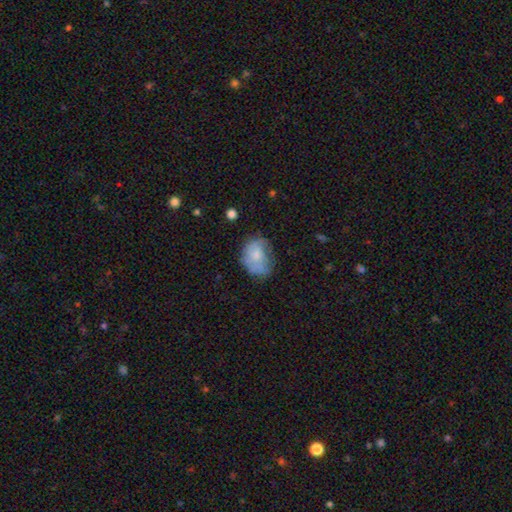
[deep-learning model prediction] The model was most divided on "merging": none: 49%, minor disturbance: 31%, major disturbance: 17%, merger: 3%. More confident: smooth or featured — smooth (59%); how rounded — in between (59%).